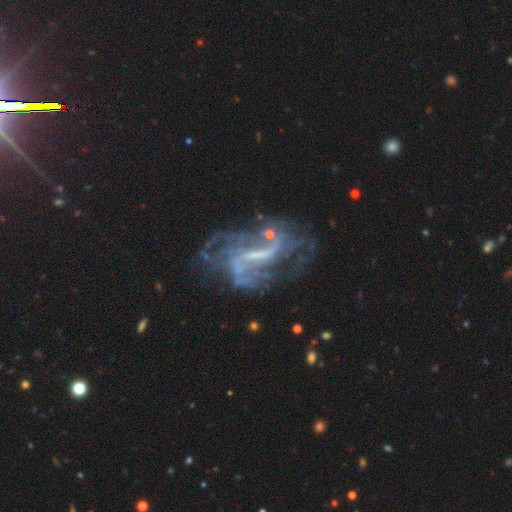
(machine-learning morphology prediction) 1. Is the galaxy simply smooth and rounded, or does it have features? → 83% featured or disk, 11% star or artifact, 6% smooth.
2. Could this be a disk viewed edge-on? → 96% no, 4% yes.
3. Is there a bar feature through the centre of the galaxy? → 41% weak (tied), 41% strong (tied), 17% no.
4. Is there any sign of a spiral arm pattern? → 83% yes, 17% no.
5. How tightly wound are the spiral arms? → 45% loose, 38% medium, 17% tight.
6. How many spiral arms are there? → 37% 2, 32% can't tell, 12% 3, 7% 4, 6% 1, 5% more than 4.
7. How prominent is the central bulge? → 43% none, 38% small, 16% moderate, 2% large, 1% dominant.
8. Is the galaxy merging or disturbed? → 46% none, 29% major disturbance, 17% minor disturbance, 8% merger.